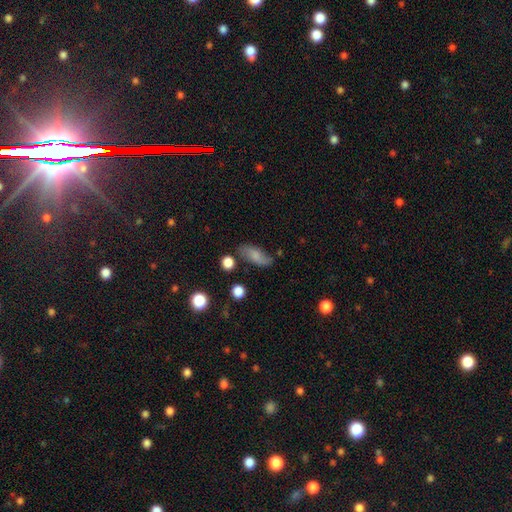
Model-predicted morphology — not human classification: Smooth or featured: smooth — 71% (featured or disk — 21%)
How rounded: in between — 82% (cigar-shaped — 14%)
Merging: none — 73% (minor disturbance — 18%)